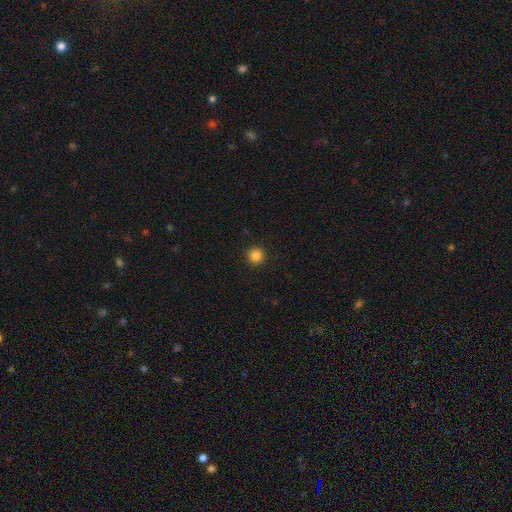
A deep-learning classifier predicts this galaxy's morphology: A smooth galaxy with no disk features (85%) that is round (96%).

Vote fractions:
- Smooth or featured? smooth: 85% / star or artifact: 12% / featured or disk: 4%
- How rounded? round: 96% / in between: 3% / cigar-shaped: 1%
- Merging? none: 93% / minor disturbance: 4% / major disturbance: 2% / merger: 1%